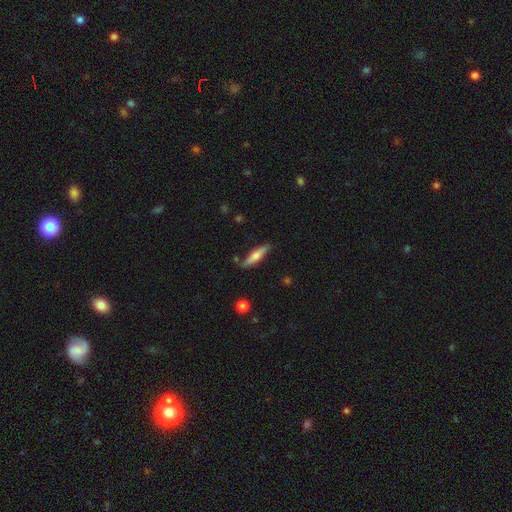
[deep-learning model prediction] Smooth or featured? smooth (51%)
How rounded? cigar-shaped (76%)
Merging? none (83%)